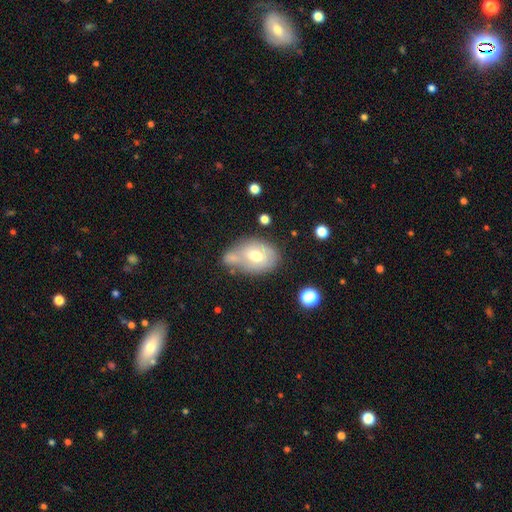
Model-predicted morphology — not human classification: Smooth or featured?
  - smooth: 57% *
  - featured or disk: 34%
  - star or artifact: 9%
How rounded?
  - in between: 71% *
  - round: 28%
  - cigar-shaped: 2%
Merging?
  - none: 39% *
  - merger: 32%
  - minor disturbance: 20%
  - major disturbance: 9%